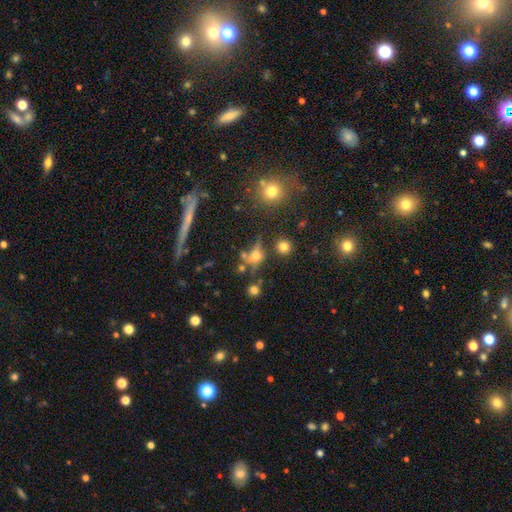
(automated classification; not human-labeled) Smooth or featured: smooth — 54% (featured or disk — 24%)
How rounded: round — 65% (in between — 29%)
Merging: none — 55% (merger — 17%)